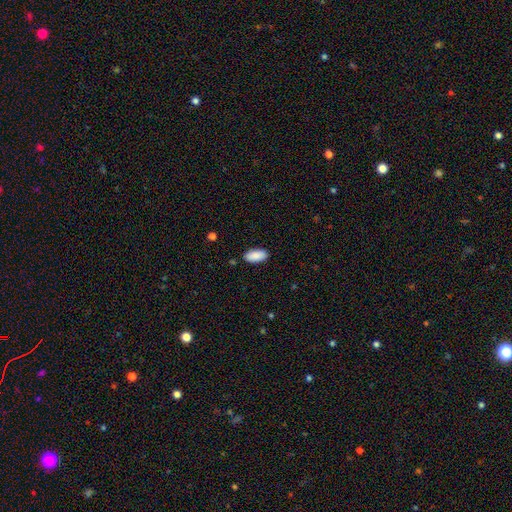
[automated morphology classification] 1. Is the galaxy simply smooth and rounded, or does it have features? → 90% smooth, 6% star or artifact, 4% featured or disk.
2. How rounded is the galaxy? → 92% in between, 6% cigar-shaped, 2% round.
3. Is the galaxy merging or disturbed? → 88% none, 9% minor disturbance, 2% major disturbance, 1% merger.